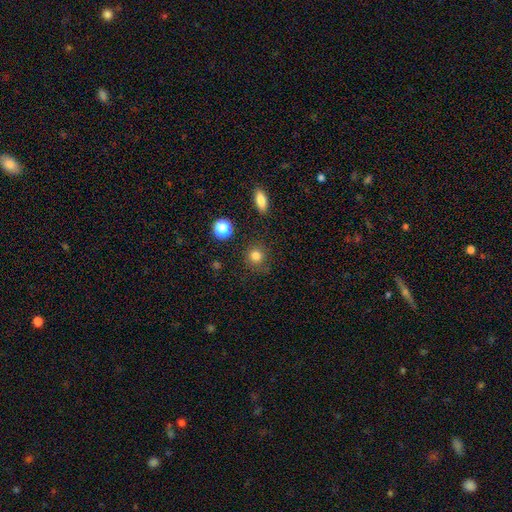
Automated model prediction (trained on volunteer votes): smooth-or-featured: smooth: 81% | star or artifact: 13% | featured or disk: 6%
  how-rounded: round: 89% | in between: 10% | cigar-shaped: 1%
  merging: none: 82% | minor disturbance: 11% | major disturbance: 4% | merger: 2%